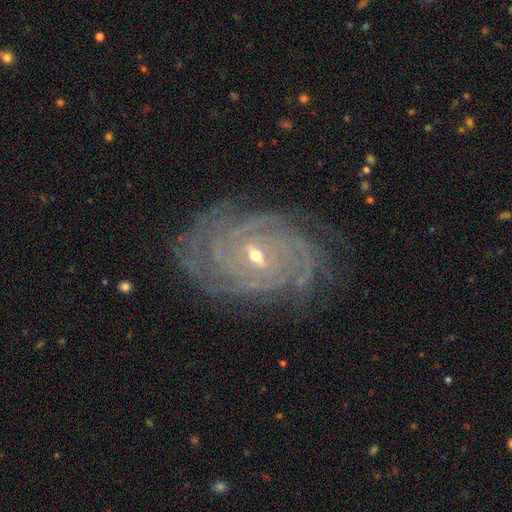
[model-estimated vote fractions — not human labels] A featured or disk galaxy (89%) with no bar (60%), tight (83%) spiral arms (98%) and a small central bulge (68%).

Vote fractions:
- Smooth or featured? featured or disk: 89% / star or artifact: 7% / smooth: 5%
- Edge-on disk? no: 97% / yes: 3%
- Bar? no: 60% / weak: 29% / strong: 11%
- Spiral arms? yes: 98% / no: 2%
- Spiral winding? tight: 83% / medium: 14% / loose: 2%
- Spiral arm count? can't tell: 23% / 4: 21% / more than 4: 20% / 3: 15% / 2: 13% / 1: 8%
- Bulge size? small: 68% / moderate: 30% / large: 1% / none: 1% / dominant: 1%
- Merging? none: 81% / minor disturbance: 14% / major disturbance: 4% / merger: 1%